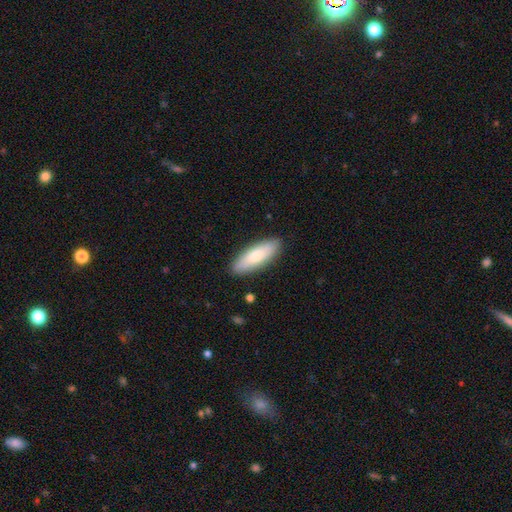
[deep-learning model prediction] A smooth galaxy with no disk features (74%) that is in between round and cigar-shaped (56%). Merging: none (89%).